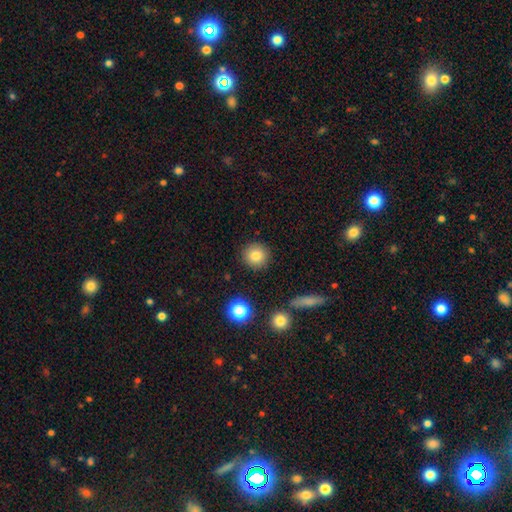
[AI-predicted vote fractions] This is clearly a smooth galaxy (82%). How rounded: clearly round (93%). Merging: clearly none (90%).